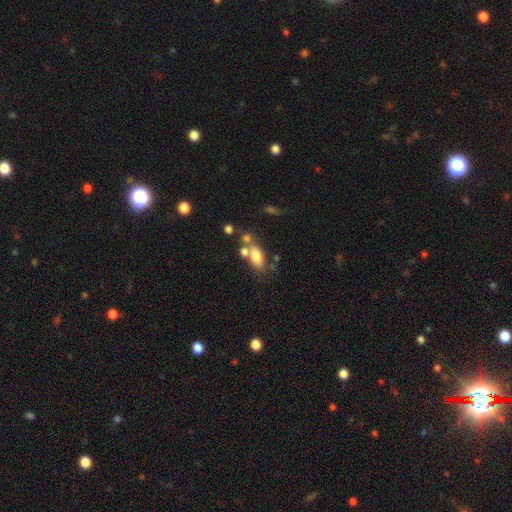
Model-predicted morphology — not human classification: smooth-or-featured: smooth: 74% | featured or disk: 16% | star or artifact: 10%
  how-rounded: in between: 83% | cigar-shaped: 9% | round: 8%
  merging: none: 47% | merger: 30% | minor disturbance: 15% | major disturbance: 8%